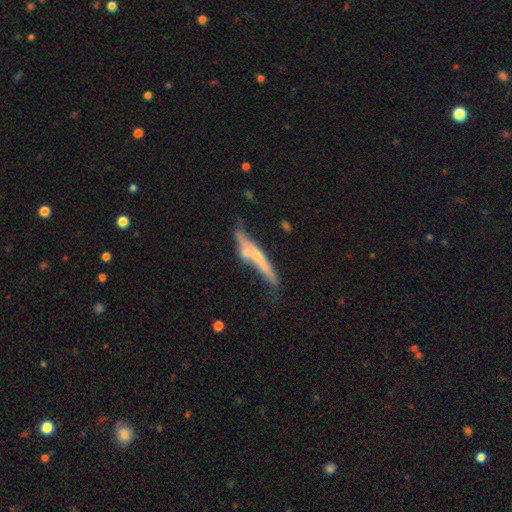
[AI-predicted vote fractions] Smooth or featured: featured or disk — 58% (smooth — 35%)
Edge-on disk: yes — 83% (no — 17%)
Merging: none — 48% (minor disturbance — 22%)